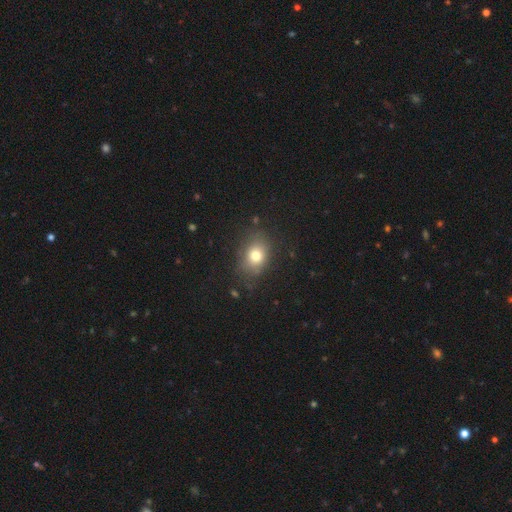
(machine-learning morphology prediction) Smooth or featured? smooth (76%)
How rounded? in between (55%)
Merging? none (75%)